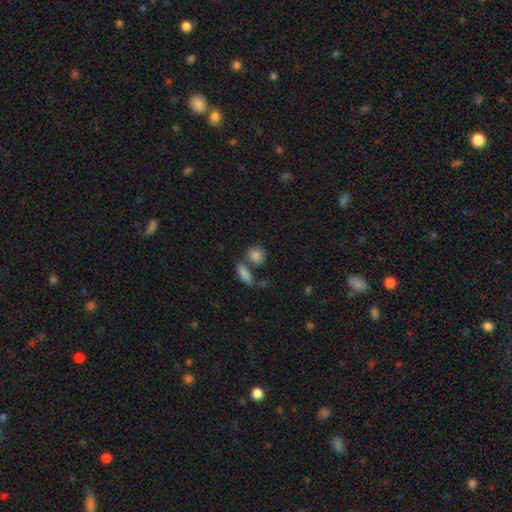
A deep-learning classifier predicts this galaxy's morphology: Smooth or featured?
  - smooth: 84% *
  - star or artifact: 8%
  - featured or disk: 7%
How rounded?
  - round: 58% *
  - in between: 39%
  - cigar-shaped: 4%
Merging?
  - none: 57% *
  - merger: 28%
  - minor disturbance: 11%
  - major disturbance: 4%